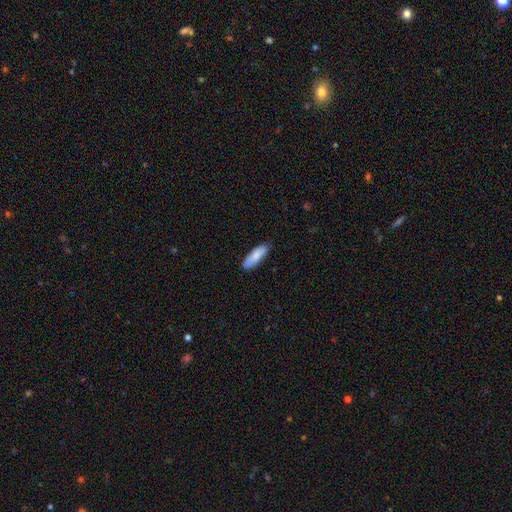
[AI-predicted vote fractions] Q: Smooth or featured?
A: smooth (83%); runner-up: featured or disk (12%)
Q: How rounded?
A: in between (54%); runner-up: cigar-shaped (44%)
Q: Merging?
A: none (82%); runner-up: minor disturbance (14%)